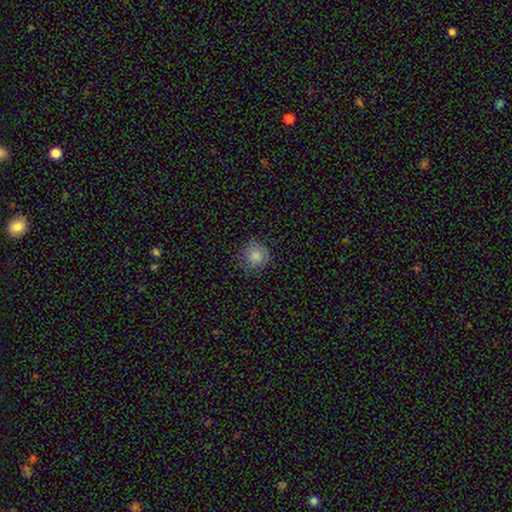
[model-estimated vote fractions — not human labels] This appears to be a smooth galaxy with no disk features (85%) that is round (92%). Merging: none (84%).